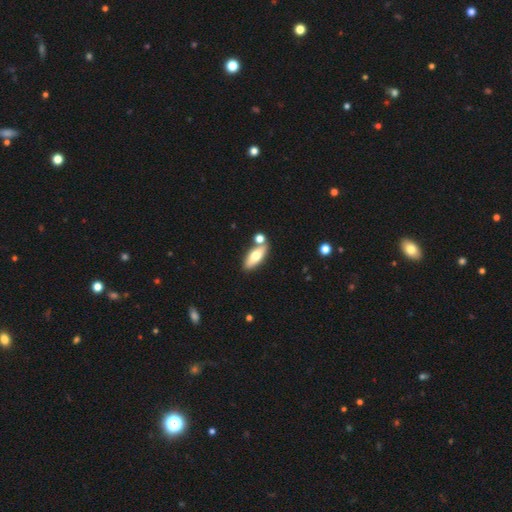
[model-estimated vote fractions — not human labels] This appears to be a smooth galaxy with no disk features (62%) that is in between round and cigar-shaped (69%). Merging: none (71%).